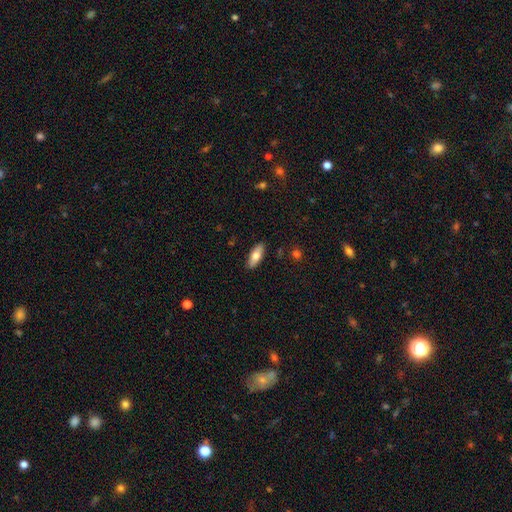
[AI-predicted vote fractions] Smooth or featured? Predicted: smooth (p=0.69). How rounded? Predicted: in between (p=0.70). Merging? Predicted: none (p=0.89).